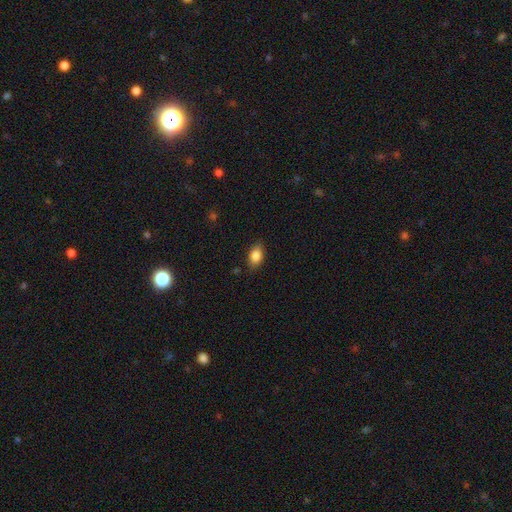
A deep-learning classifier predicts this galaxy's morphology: Smooth or featured?
  - smooth: 85% *
  - star or artifact: 8%
  - featured or disk: 7%
How rounded?
  - in between: 85% *
  - round: 12%
  - cigar-shaped: 2%
Merging?
  - none: 83% *
  - minor disturbance: 13%
  - major disturbance: 3%
  - merger: 1%